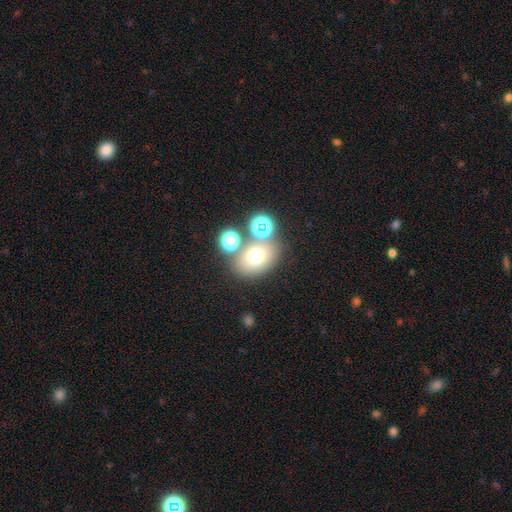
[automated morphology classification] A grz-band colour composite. It shows a smooth galaxy with no disk features (65%) that is in between round and cigar-shaped (56%). Merging: none (65%).